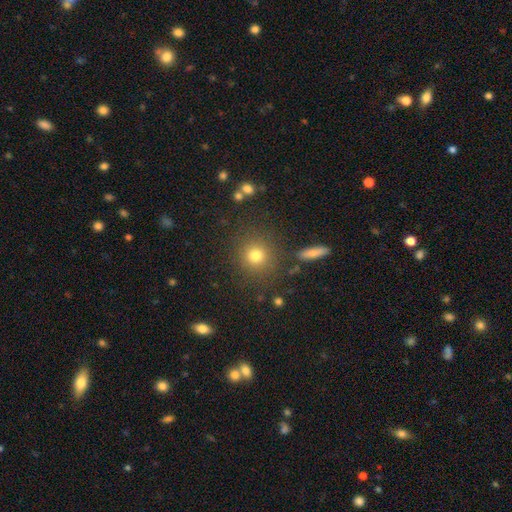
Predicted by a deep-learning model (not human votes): A smooth galaxy with no disk features (77%) that is round (90%). Merging: none (85%).